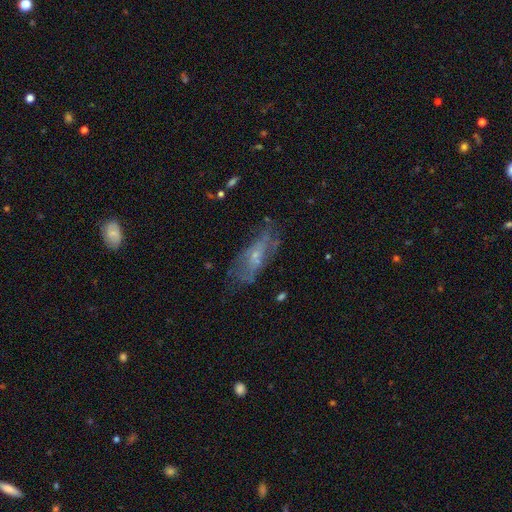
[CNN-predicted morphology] Smooth or featured?
  - featured or disk: 55% *
  - smooth: 34%
  - star or artifact: 11%
Edge-on disk?
  - no: 83% *
  - yes: 17%
Merging?
  - none: 53% *
  - minor disturbance: 24%
  - major disturbance: 19%
  - merger: 4%